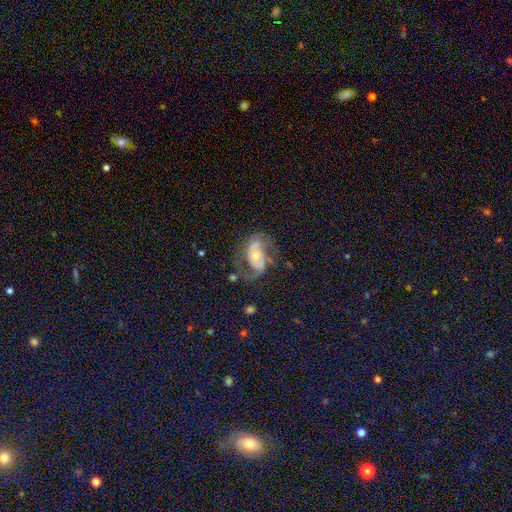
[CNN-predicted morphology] Smooth or featured? featured or disk (73%)
Edge-on disk? no (95%)
Bar? no (65%)
Spiral arms? yes (79%)
Spiral winding? medium (44%)
Spiral arm count? 2 (76%)
Bulge size? moderate (66%)
Merging? none (51%)